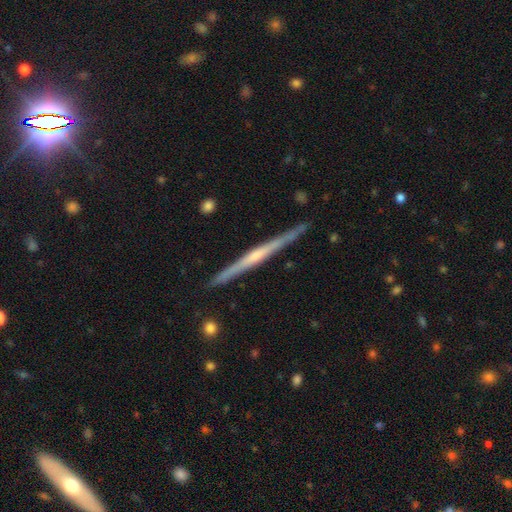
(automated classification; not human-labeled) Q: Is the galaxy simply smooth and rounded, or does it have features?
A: featured or disk — 78%.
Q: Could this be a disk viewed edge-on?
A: yes — 98%.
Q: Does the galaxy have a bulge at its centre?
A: rounded — 55%.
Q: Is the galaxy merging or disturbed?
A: none — 91%.